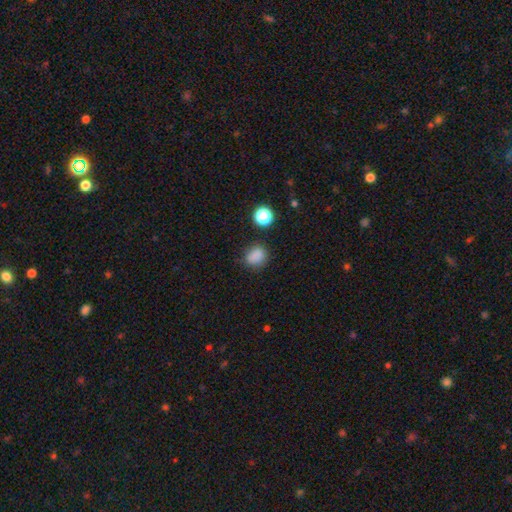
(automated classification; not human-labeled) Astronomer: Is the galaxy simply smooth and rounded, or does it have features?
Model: smooth — 81%.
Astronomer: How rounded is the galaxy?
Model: round — 58% (runner-up: in between, 40%).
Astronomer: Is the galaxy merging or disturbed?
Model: none — 76%.